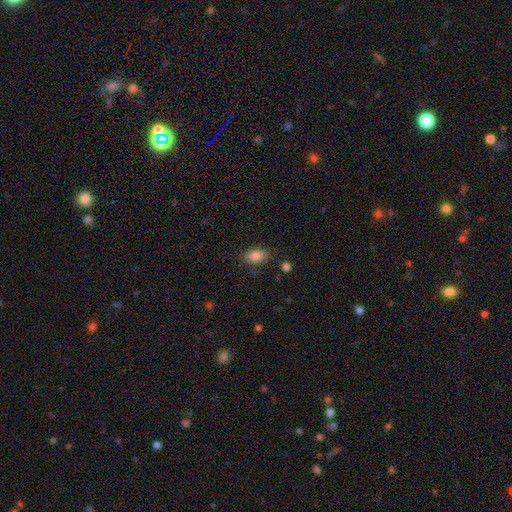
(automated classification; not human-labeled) A smooth galaxy with no disk features (86%) that is in between round and cigar-shaped (88%).

Vote fractions:
- Smooth or featured? smooth: 86% / star or artifact: 9% / featured or disk: 6%
- How rounded? in between: 88% / round: 9% / cigar-shaped: 3%
- Merging? none: 81% / minor disturbance: 13% / major disturbance: 4% / merger: 2%